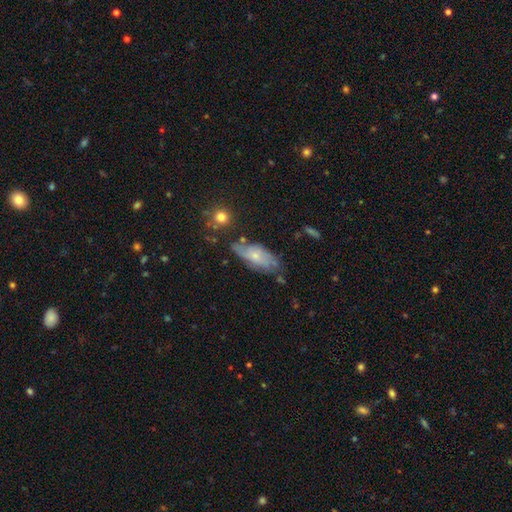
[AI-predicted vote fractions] The model was most divided on "smooth or featured": featured or disk: 49%, smooth: 43%, star or artifact: 8%. More confident: merging — none (55%).